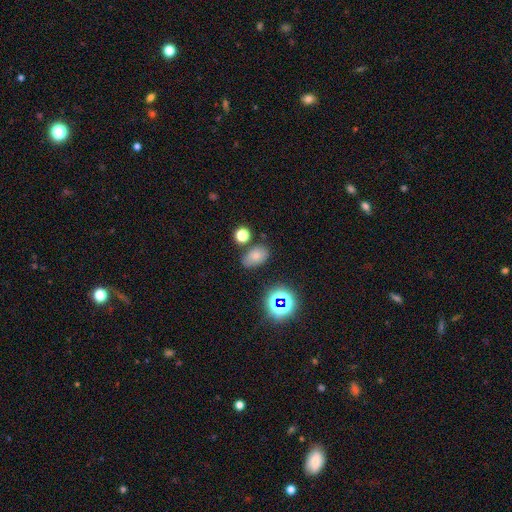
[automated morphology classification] A smooth galaxy with no disk features (67%) that is in between round and cigar-shaped (83%). Merging: none (71%).